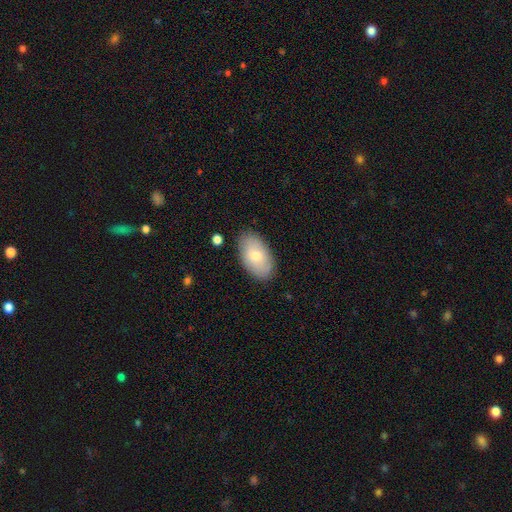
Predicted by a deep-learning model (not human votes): A smooth galaxy with no disk features (70%) that is in between round and cigar-shaped (94%).

Vote fractions:
- Smooth or featured? smooth: 70% / featured or disk: 23% / star or artifact: 7%
- How rounded? in between: 94% / round: 5% / cigar-shaped: 1%
- Merging? none: 84% / minor disturbance: 12% / major disturbance: 3% / merger: 2%